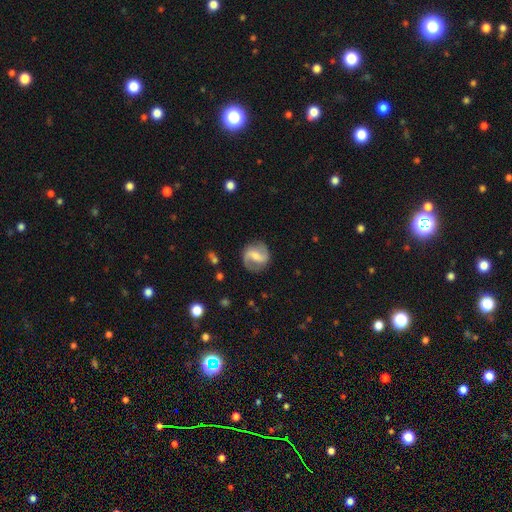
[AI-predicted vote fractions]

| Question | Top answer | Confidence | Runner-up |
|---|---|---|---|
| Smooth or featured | featured or disk | 78% | smooth (16%) |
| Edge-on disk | no | 97% | yes (3%) |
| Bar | strong | 43% | weak (40%) |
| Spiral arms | yes | 93% | no (7%) |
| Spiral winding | medium | 46% | loose (35%) |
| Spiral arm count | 2 | 91% | can't tell (4%) |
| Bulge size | moderate | 39% | small (38%) |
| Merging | none | 83% | minor disturbance (11%) |